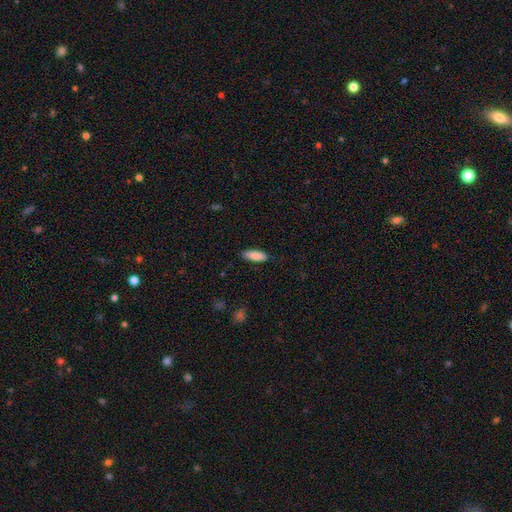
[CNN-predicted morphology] Smooth or featured? smooth (88%)
How rounded? in between (68%)
Merging? none (84%)